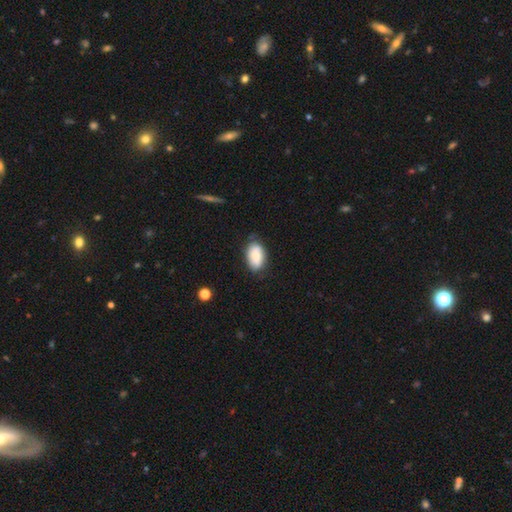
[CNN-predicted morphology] This appears to be a smooth galaxy with no disk features (78%) that is in between round and cigar-shaped (92%). Merging: none (65%).